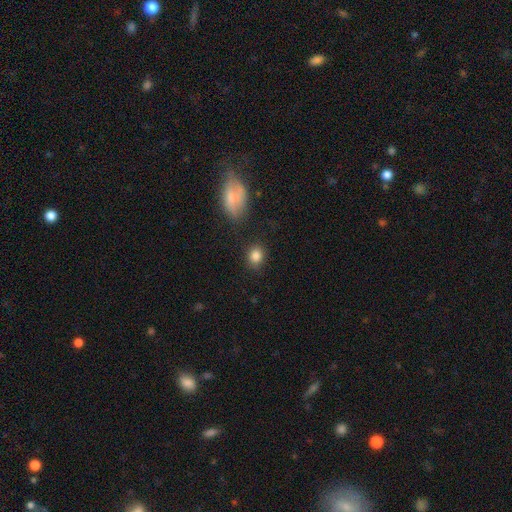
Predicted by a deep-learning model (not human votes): Smooth or featured?
  - smooth: 85% *
  - star or artifact: 10%
  - featured or disk: 5%
How rounded?
  - round: 69% *
  - in between: 30%
  - cigar-shaped: 1%
Merging?
  - none: 83% *
  - minor disturbance: 11%
  - major disturbance: 3%
  - merger: 3%